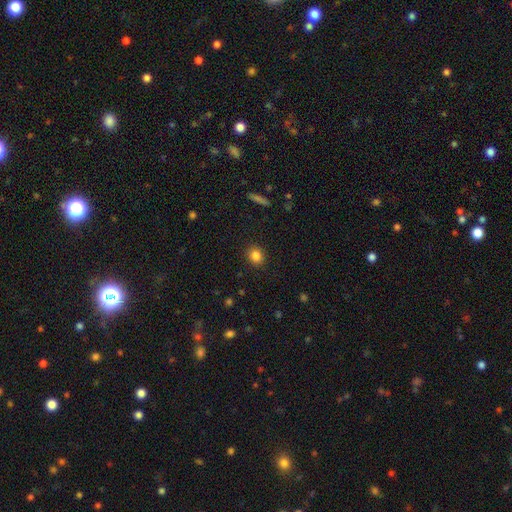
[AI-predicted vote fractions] smooth-or-featured: smooth: 83% | star or artifact: 11% | featured or disk: 6%
  how-rounded: round: 77% | in between: 22% | cigar-shaped: 1%
  merging: none: 90% | minor disturbance: 7% | major disturbance: 2% | merger: 1%